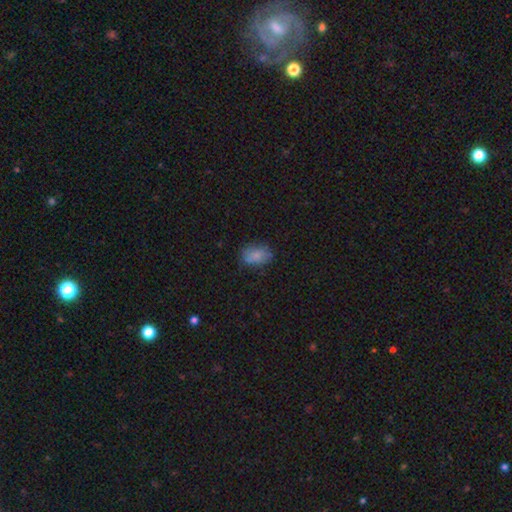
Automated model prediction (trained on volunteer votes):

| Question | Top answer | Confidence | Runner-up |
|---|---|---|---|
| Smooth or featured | smooth | 76% | featured or disk (14%) |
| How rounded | in between | 79% | round (20%) |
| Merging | none | 68% | minor disturbance (22%) |